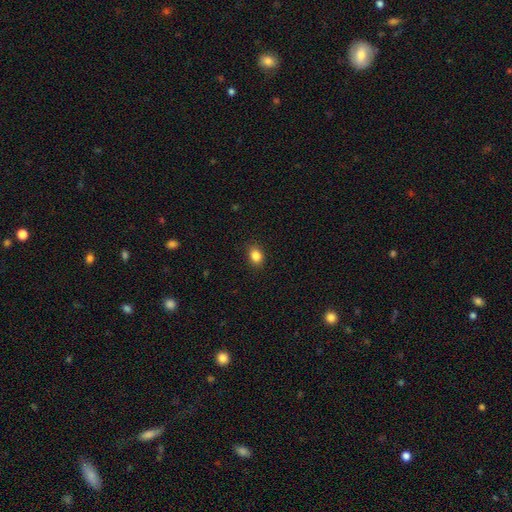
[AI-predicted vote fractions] Morphology: type=smooth (85%); roundness=in between (65%); merging=none (89%).